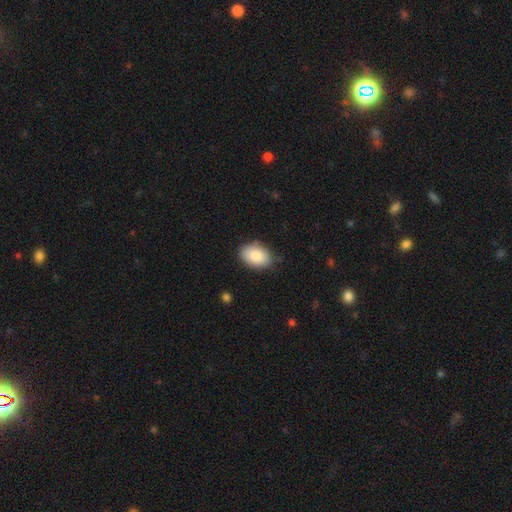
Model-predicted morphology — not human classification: A smooth galaxy with no disk features (87%) that is in between round and cigar-shaped (89%). Merging: none (83%).